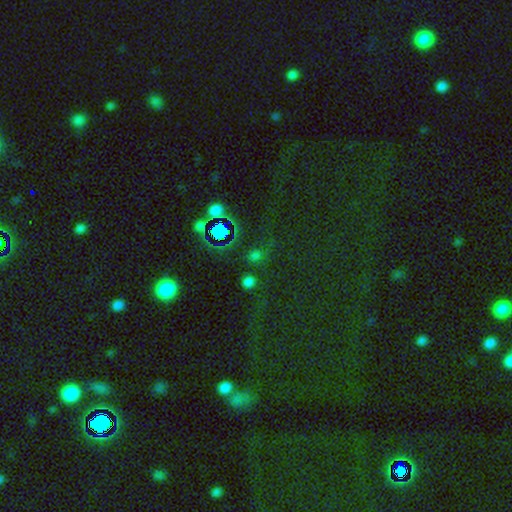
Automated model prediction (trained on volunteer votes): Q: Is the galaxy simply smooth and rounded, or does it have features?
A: smooth — 47%.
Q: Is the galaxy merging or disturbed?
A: none — 77%.